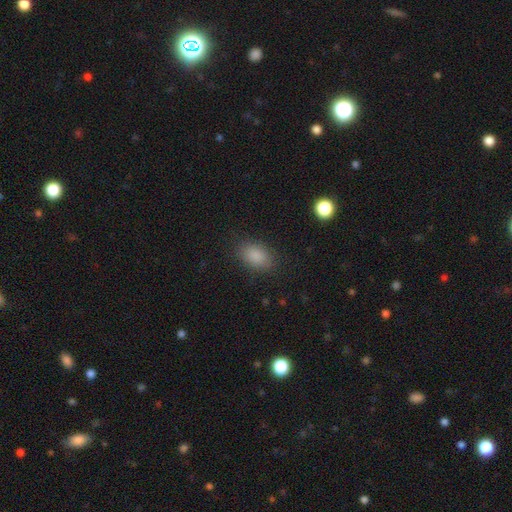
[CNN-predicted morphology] The model was most divided on "how rounded": in between: 85%, round: 13%, cigar-shaped: 2%. More confident: smooth or featured — smooth (86%); merging — none (85%).